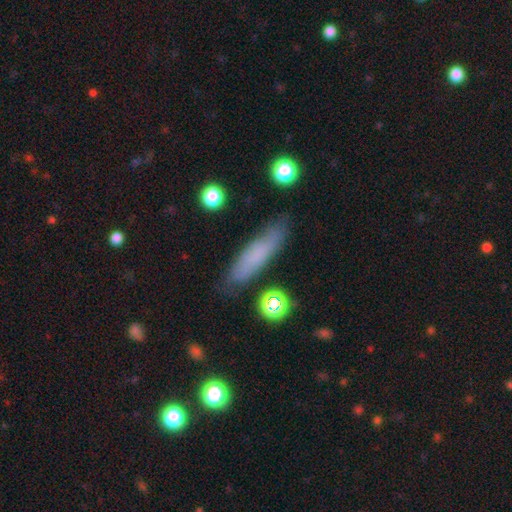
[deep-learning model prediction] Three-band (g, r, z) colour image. It shows a smooth galaxy with no disk features (70%) that is cigar-shaped (77%). Merging: none (83%).